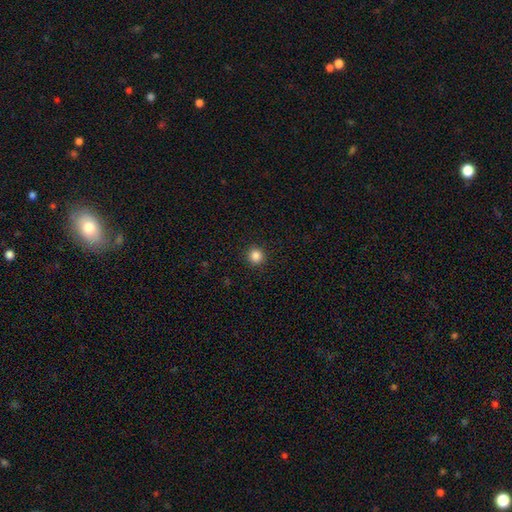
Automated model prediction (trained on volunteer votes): smooth 86%, star or artifact 11%, featured or disk 3%. Down the decision tree: how rounded — round (94%); merging — none (92%).